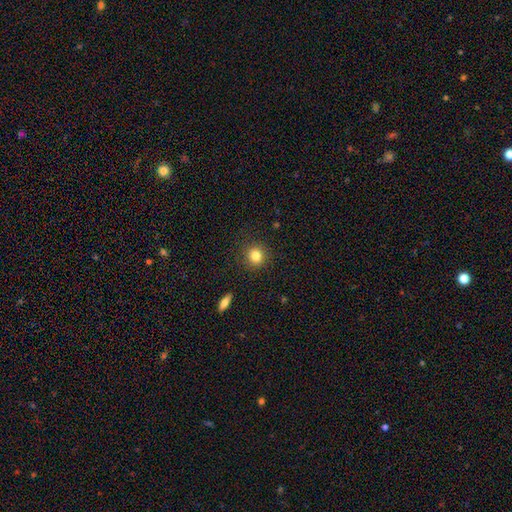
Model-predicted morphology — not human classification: This appears to be a smooth galaxy with no disk features (83%) that is round (90%). Merging: none (89%).